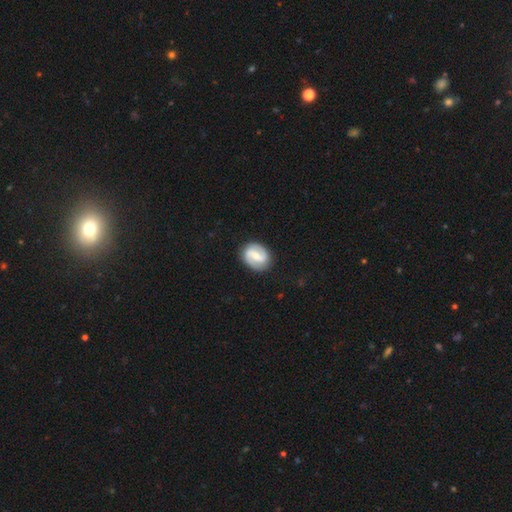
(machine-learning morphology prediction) smooth_or_featured: featured or disk (p=0.78) [alt: smooth p=0.17]
disk_edge_on: no (p=0.98) [alt: yes p=0.02]
bar: weak (p=0.43) [alt: strong p=0.41]
has_spiral_arms: yes (p=0.92) [alt: no p=0.08]
spiral_winding: medium (p=0.43) [alt: loose p=0.30]
spiral_arm_count: 2 (p=0.92) [alt: can't tell p=0.03]
bulge_size: moderate (p=0.48) [alt: small p=0.43]
merging: none (p=0.88) [alt: minor disturbance p=0.09]